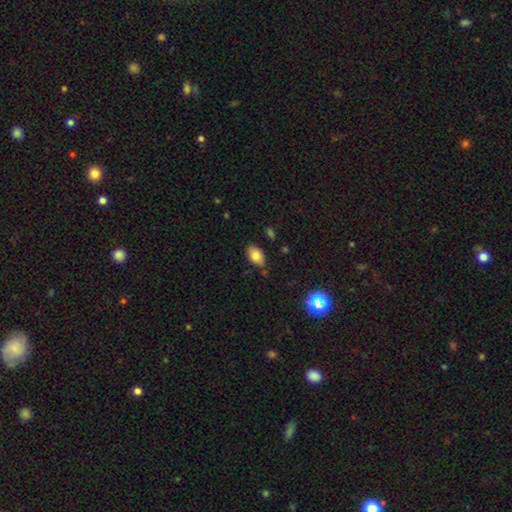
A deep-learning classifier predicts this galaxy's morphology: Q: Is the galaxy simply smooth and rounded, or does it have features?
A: smooth — 82%.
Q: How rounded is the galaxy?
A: in between — 90%.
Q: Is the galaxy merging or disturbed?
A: none — 77%.